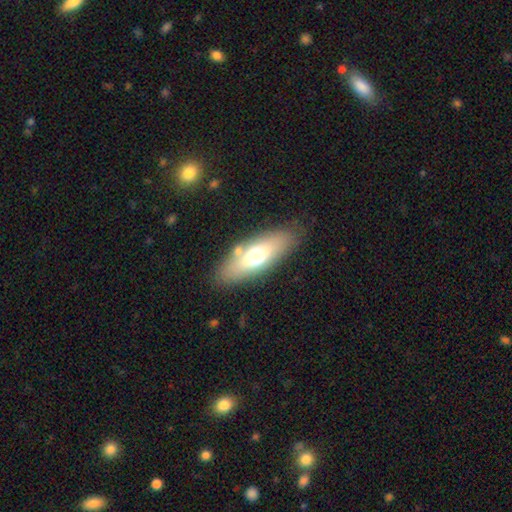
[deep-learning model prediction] smooth-or-featured: smooth: 60% | featured or disk: 31% | star or artifact: 9%
  how-rounded: in between: 72% | cigar-shaped: 24% | round: 4%
  merging: none: 78% | minor disturbance: 12% | merger: 5% | major disturbance: 5%